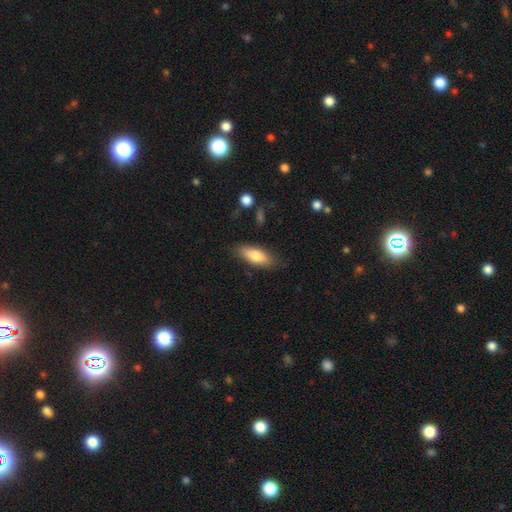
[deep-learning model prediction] Smooth or featured? Predicted: smooth (p=0.74). How rounded? Predicted: in between (p=0.71). Merging? Predicted: none (p=0.82).